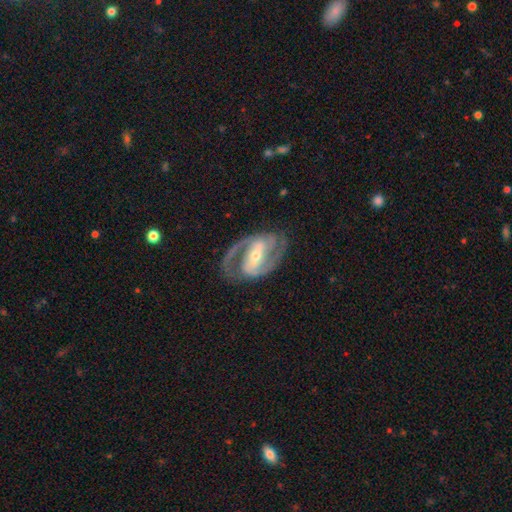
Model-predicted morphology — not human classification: Smooth or featured? Predicted: featured or disk (p=0.91). Edge-on disk? Predicted: no (p=0.97). Bar? Predicted: strong (p=0.65). Spiral arms? Predicted: yes (p=0.97). Spiral winding? Predicted: medium (p=0.56). Spiral arm count? Predicted: 2 (p=0.90). Bulge size? Predicted: small (p=0.52). Merging? Predicted: none (p=0.79).